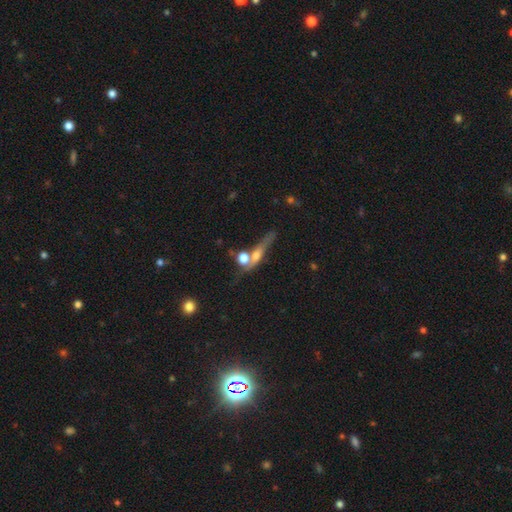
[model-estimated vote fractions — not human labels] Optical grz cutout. It shows a smooth galaxy with no disk features (45%). Merging: none (39%).